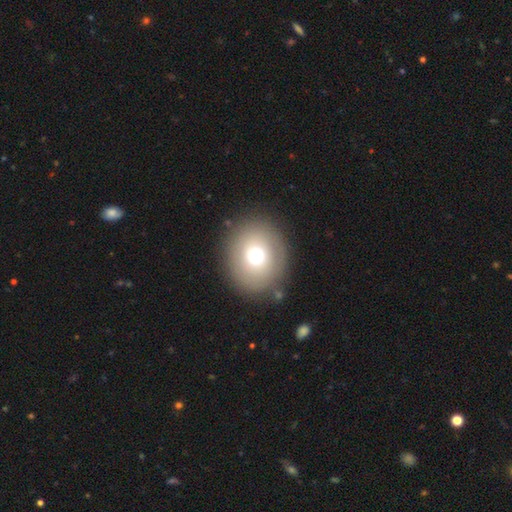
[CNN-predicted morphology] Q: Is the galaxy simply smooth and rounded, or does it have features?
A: smooth — 70%.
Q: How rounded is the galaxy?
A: round — 76%.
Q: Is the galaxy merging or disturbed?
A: none — 85%.